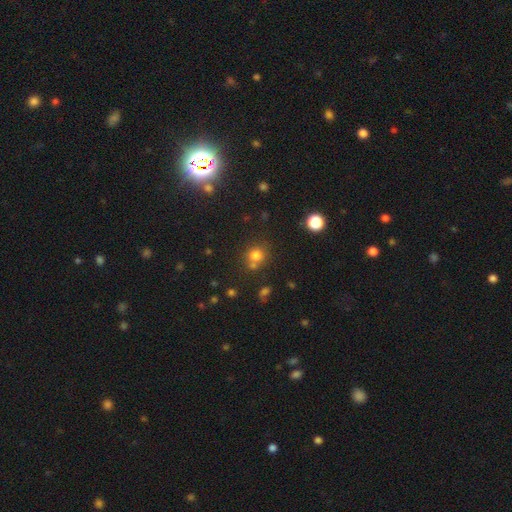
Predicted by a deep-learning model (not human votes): A smooth galaxy with no disk features (76%) that is round (85%).

Vote fractions:
- Smooth or featured? smooth: 76% / star or artifact: 16% / featured or disk: 8%
- How rounded? round: 85% / in between: 14% / cigar-shaped: 1%
- Merging? none: 62% / merger: 24% / minor disturbance: 11% / major disturbance: 4%